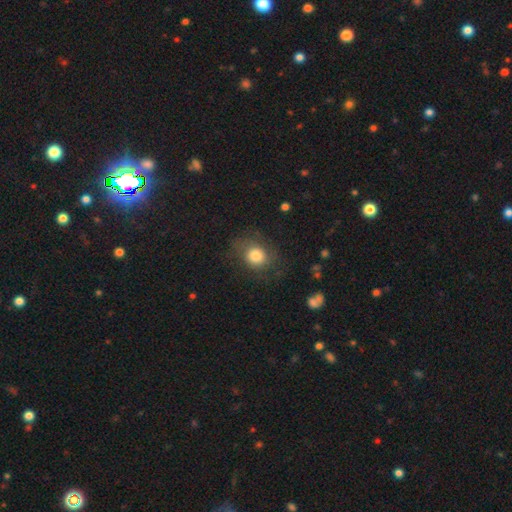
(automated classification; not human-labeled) This is likely a smooth galaxy (79%). How rounded: likely round (66%). Merging: likely none (70%).